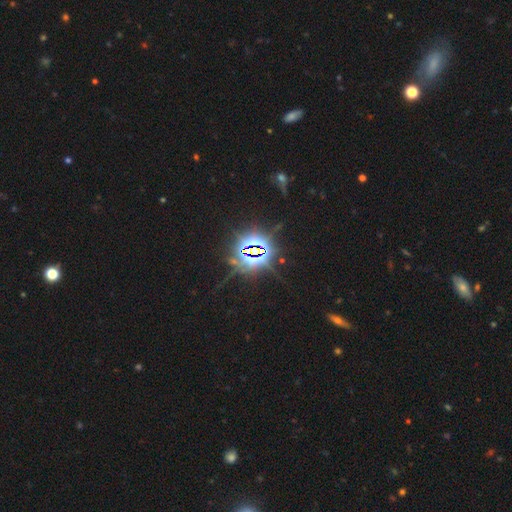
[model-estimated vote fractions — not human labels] Overall: star or artifact (85%).